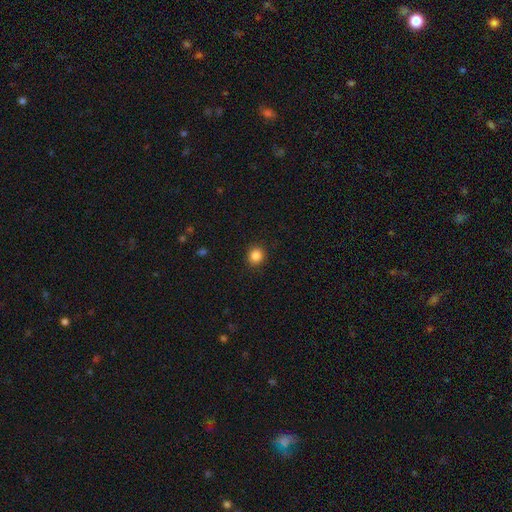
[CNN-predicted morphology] smooth-or-featured: smooth: 86% | star or artifact: 11% | featured or disk: 4%
  how-rounded: round: 87% | in between: 12% | cigar-shaped: 1%
  merging: none: 91% | minor disturbance: 6% | major disturbance: 2% | merger: 1%